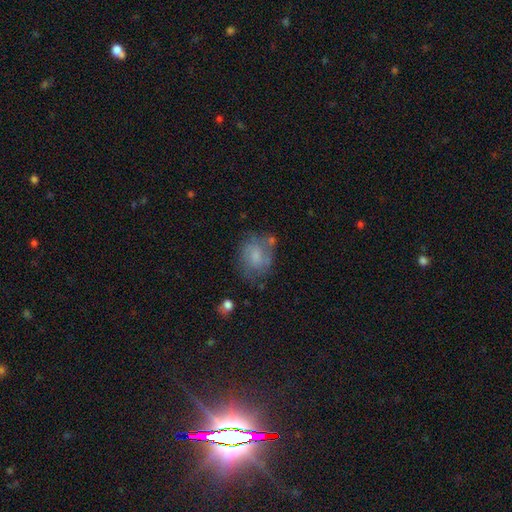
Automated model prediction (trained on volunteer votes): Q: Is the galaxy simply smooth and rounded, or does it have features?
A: smooth — 56%.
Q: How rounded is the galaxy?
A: in between — 54%.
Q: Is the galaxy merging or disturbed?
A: none — 57%.